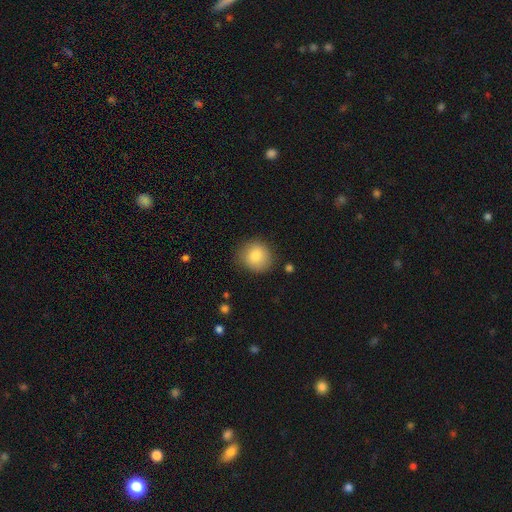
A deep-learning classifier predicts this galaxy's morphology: A smooth galaxy with no disk features (81%) that is round (85%).

Vote fractions:
- Smooth or featured? smooth: 81% / featured or disk: 10% / star or artifact: 9%
- How rounded? round: 85% / in between: 14% / cigar-shaped: 1%
- Merging? none: 82% / minor disturbance: 13% / major disturbance: 3% / merger: 2%